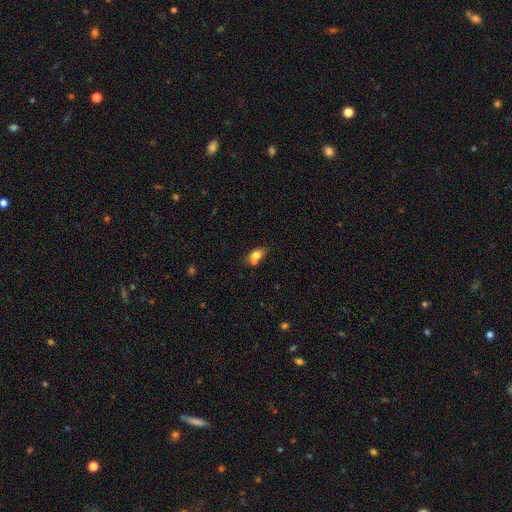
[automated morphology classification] smooth_or_featured: smooth (p=0.76) [alt: featured or disk p=0.14]
how_rounded: in between (p=0.80) [alt: round p=0.16]
merging: none (p=0.49) [alt: merger p=0.31]